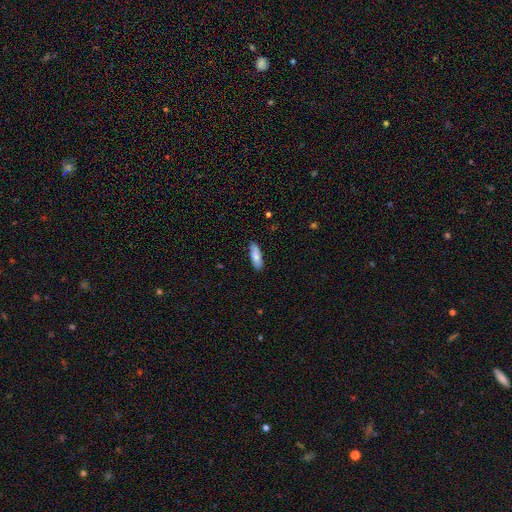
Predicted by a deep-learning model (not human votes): Morphology: type=smooth (85%); roundness=in between (51%); merging=none (87%).